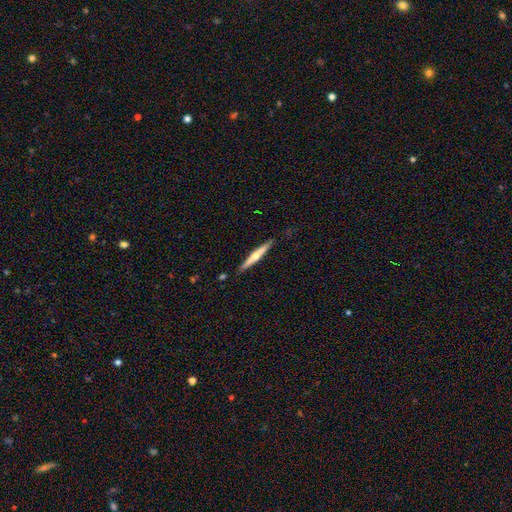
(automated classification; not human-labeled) Smooth or featured: featured or disk — 63% (smooth — 32%)
Edge-on disk: yes — 97% (no — 3%)
Edge-on bulge: rounded — 87% (none — 10%)
Merging: none — 89% (minor disturbance — 8%)